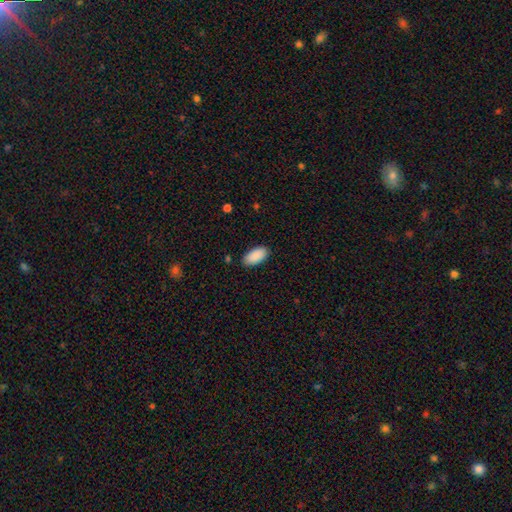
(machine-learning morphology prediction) This is clearly a smooth galaxy (90%). How rounded: clearly in between (94%). Merging: clearly none (87%).